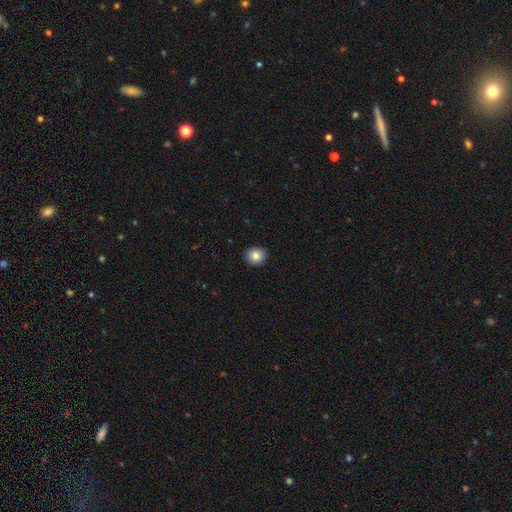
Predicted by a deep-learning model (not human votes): The model was most divided on "how rounded": round: 80%, in between: 19%, cigar-shaped: 1%. More confident: merging — none (91%); smooth or featured — smooth (84%).